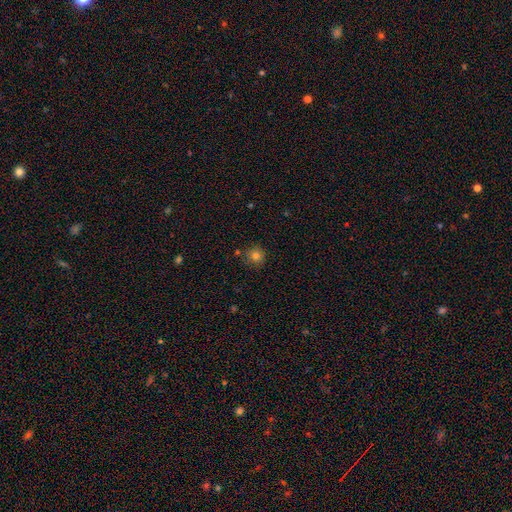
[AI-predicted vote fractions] The model was most divided on "merging": none: 78%, minor disturbance: 14%, merger: 5%, major disturbance: 3%. More confident: how rounded — round (91%); smooth or featured — smooth (81%).